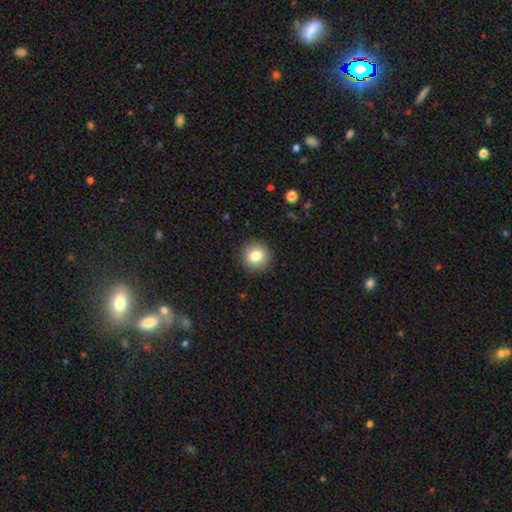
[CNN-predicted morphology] Smooth or featured? smooth (82%)
How rounded? round (90%)
Merging? none (91%)